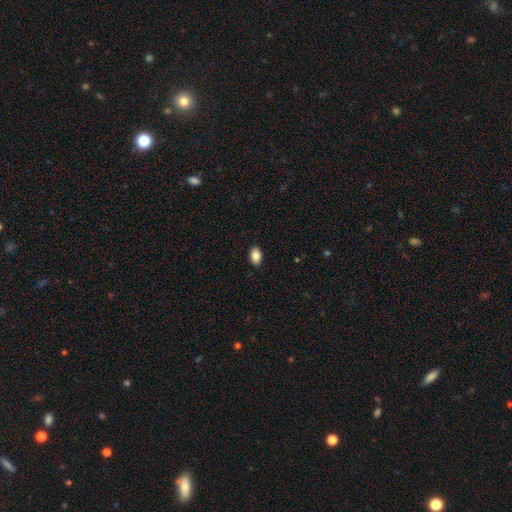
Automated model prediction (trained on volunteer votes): Smooth or featured?
  - smooth: 87% *
  - star or artifact: 8%
  - featured or disk: 6%
How rounded?
  - in between: 88% *
  - round: 11%
  - cigar-shaped: 1%
Merging?
  - none: 90% *
  - minor disturbance: 8%
  - major disturbance: 2%
  - merger: 1%